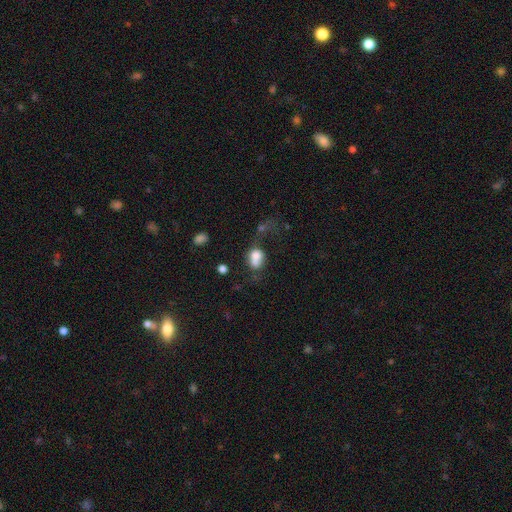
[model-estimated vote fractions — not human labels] smooth-or-featured: smooth: 70% | featured or disk: 19% | star or artifact: 11%
  how-rounded: in between: 52% | round: 46% | cigar-shaped: 1%
  merging: merger: 48% | none: 23% | major disturbance: 16% | minor disturbance: 13%